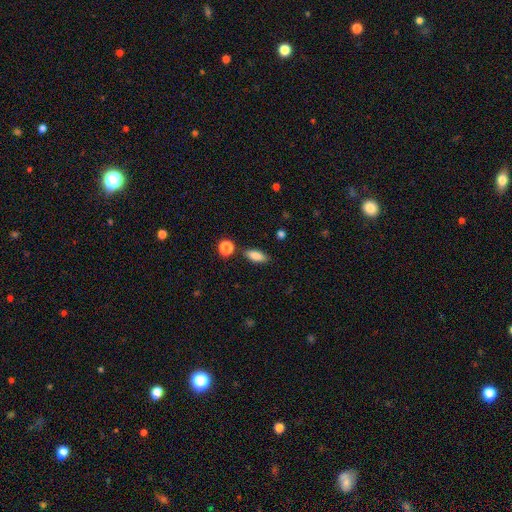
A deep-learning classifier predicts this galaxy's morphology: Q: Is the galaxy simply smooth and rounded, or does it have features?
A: smooth — 86%.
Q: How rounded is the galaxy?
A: in between — 79%.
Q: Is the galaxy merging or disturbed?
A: none — 81%.